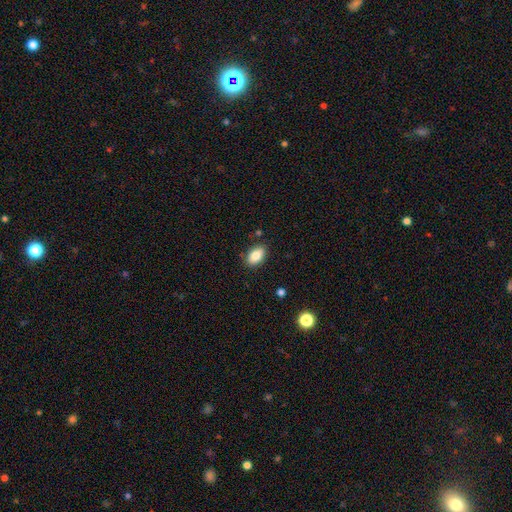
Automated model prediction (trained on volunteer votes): Overall: smooth (84%). How rounded: in between (91%). Merging: none (85%).